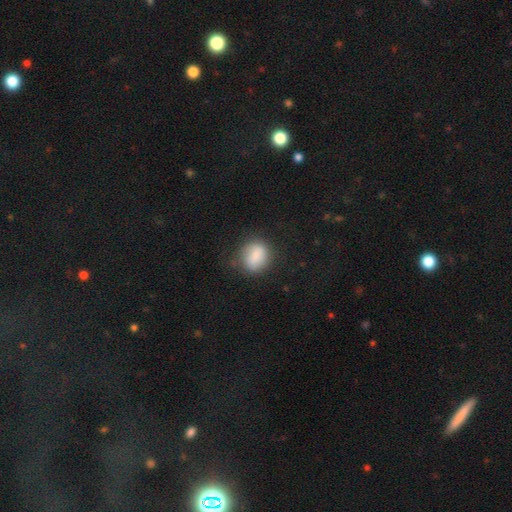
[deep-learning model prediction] Smooth or featured? Predicted: smooth (p=0.82). How rounded? Predicted: round (p=0.57). Merging? Predicted: none (p=0.68).